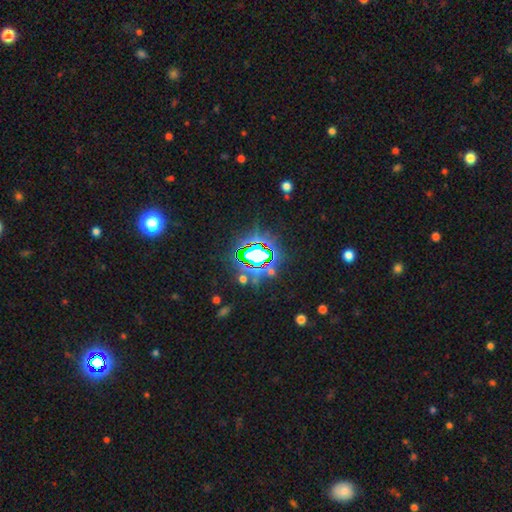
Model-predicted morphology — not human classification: Overall: star or artifact (74%).